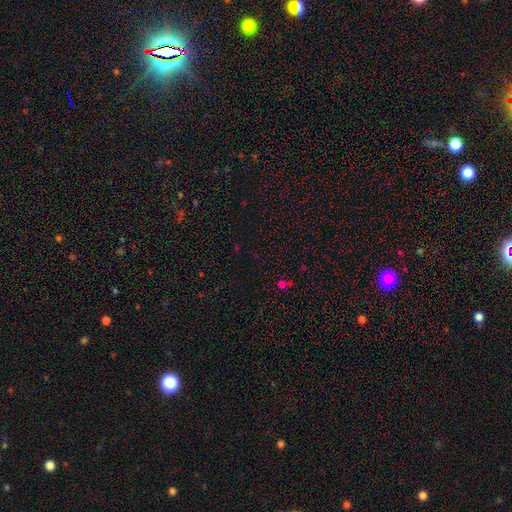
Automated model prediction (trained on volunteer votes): Smooth or featured?
  - star or artifact: 63% *
  - smooth: 30%
  - featured or disk: 7%